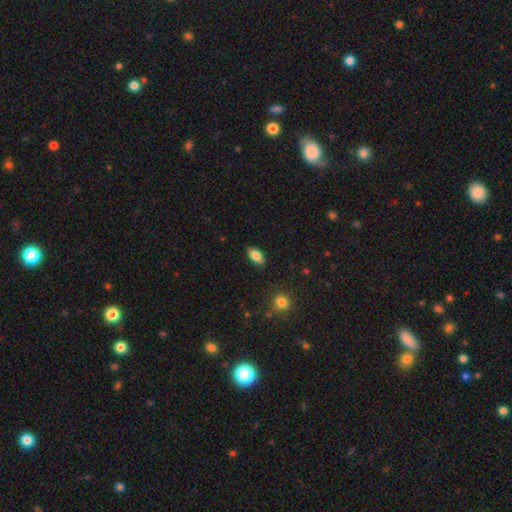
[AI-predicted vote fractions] Smooth or featured?
  - smooth: 71% *
  - featured or disk: 22%
  - star or artifact: 7%
How rounded?
  - in between: 85% *
  - cigar-shaped: 12%
  - round: 3%
Merging?
  - none: 85% *
  - minor disturbance: 11%
  - major disturbance: 2%
  - merger: 1%